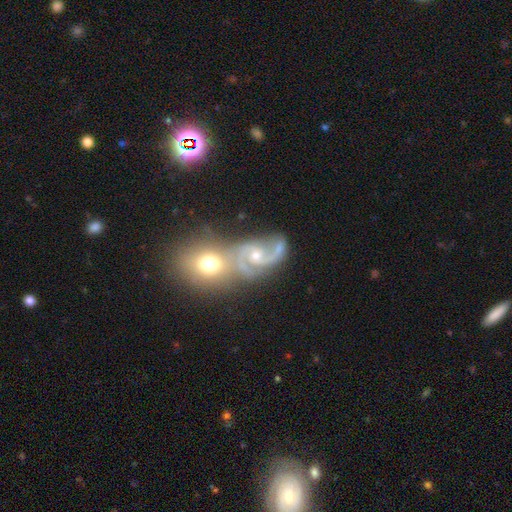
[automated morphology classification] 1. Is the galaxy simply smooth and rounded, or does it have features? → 86% featured or disk, 8% star or artifact, 7% smooth.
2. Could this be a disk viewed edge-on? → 98% no, 2% yes.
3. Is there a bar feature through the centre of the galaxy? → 56% no, 35% weak, 9% strong.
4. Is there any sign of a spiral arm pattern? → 97% yes, 3% no.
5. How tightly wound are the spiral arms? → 56% medium, 27% loose, 18% tight.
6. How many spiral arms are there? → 84% 2, 5% 3, 4% can't tell, 3% 1, 2% 4, 2% more than 4.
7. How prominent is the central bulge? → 48% small, 46% moderate, 2% large, 2% none, 1% dominant.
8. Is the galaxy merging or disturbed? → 41% merger, 35% none, 14% minor disturbance, 11% major disturbance.